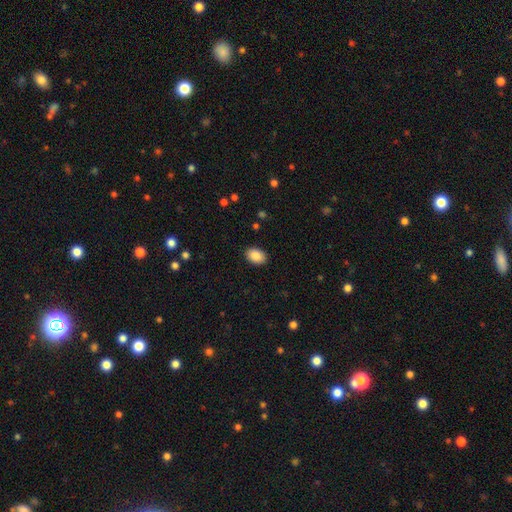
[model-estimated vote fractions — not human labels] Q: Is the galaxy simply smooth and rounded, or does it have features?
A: smooth — 89%.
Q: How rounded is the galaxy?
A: in between — 82%.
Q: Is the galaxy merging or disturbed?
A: none — 89%.